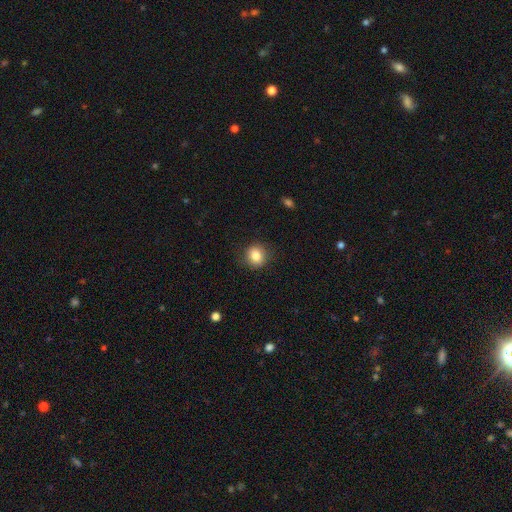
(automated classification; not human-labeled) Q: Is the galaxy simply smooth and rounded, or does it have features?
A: smooth — 83%.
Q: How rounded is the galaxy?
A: round — 84%.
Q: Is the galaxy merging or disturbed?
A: none — 87%.